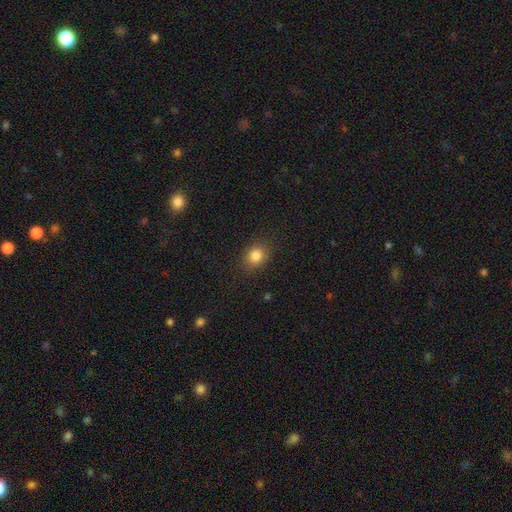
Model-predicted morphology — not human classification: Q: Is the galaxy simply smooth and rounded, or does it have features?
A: smooth — 83%.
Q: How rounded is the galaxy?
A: round — 68%.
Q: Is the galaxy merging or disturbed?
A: none — 85%.